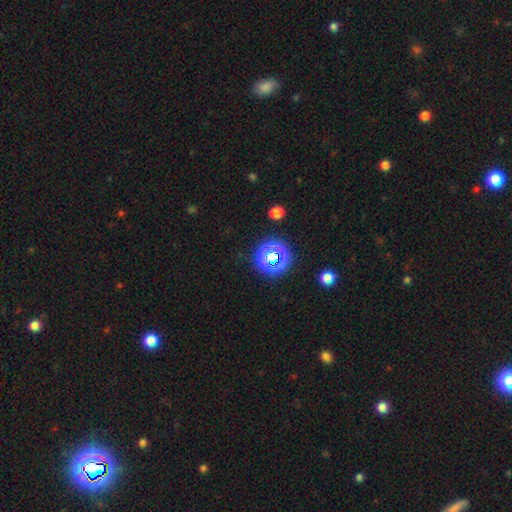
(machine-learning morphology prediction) smooth-or-featured: smooth: 48% | star or artifact: 45% | featured or disk: 7%
  merging: none: 87% | minor disturbance: 6% | merger: 3% | major disturbance: 3%